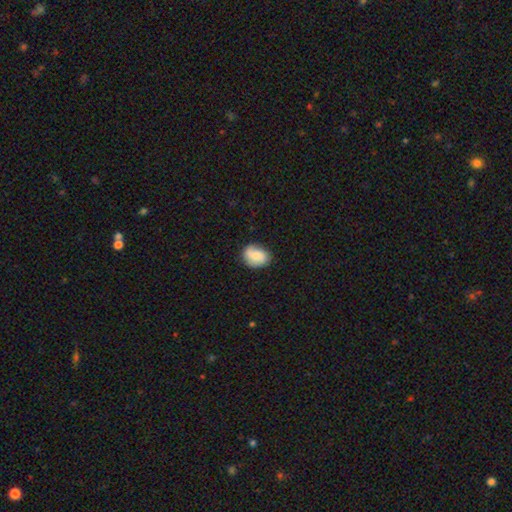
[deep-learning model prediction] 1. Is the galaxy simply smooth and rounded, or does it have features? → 55% smooth, 37% featured or disk, 8% star or artifact.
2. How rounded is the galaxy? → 53% in between, 46% round, 1% cigar-shaped.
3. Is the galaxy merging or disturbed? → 75% none, 18% minor disturbance, 5% major disturbance, 1% merger.